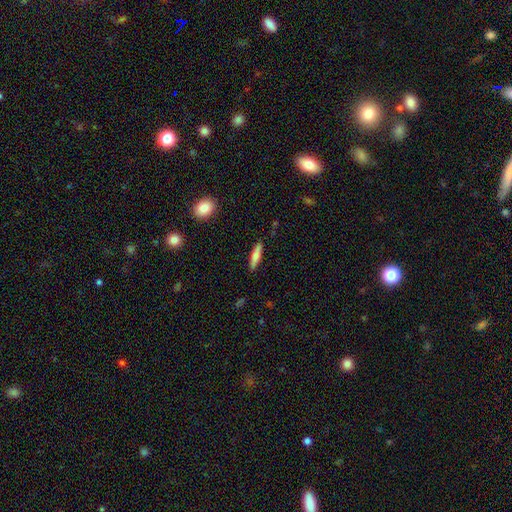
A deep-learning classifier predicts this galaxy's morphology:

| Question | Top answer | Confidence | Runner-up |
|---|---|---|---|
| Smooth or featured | smooth | 71% | featured or disk (23%) |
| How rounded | cigar-shaped | 79% | in between (19%) |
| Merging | none | 89% | minor disturbance (8%) |